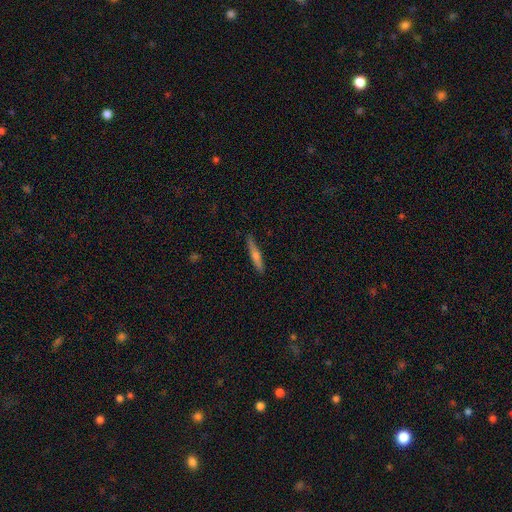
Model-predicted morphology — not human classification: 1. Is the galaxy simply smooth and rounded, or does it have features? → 54% smooth, 39% featured or disk, 6% star or artifact.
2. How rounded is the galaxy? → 92% cigar-shaped, 6% in between, 2% round.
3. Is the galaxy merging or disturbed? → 88% none, 9% minor disturbance, 2% major disturbance, 1% merger.